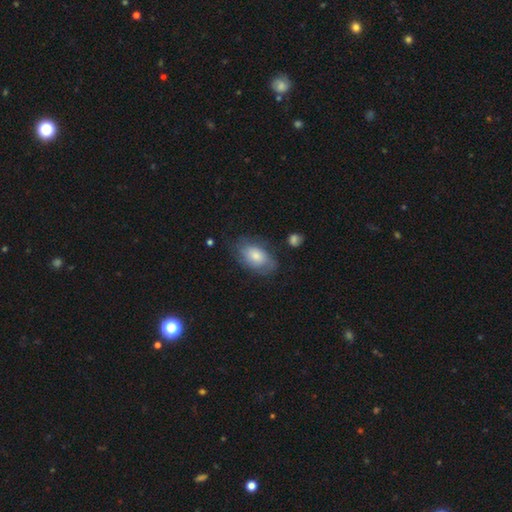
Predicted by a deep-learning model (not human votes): A smooth galaxy with no disk features (69%) that is in between round and cigar-shaped (90%). Merging: none (63%).